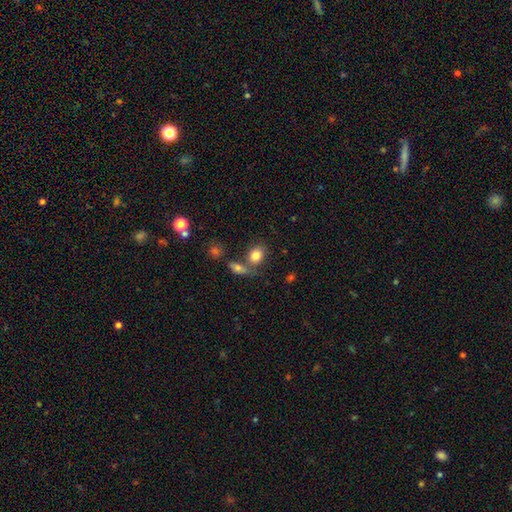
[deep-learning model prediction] Smooth or featured? Predicted: smooth (p=0.81). How rounded? Predicted: in between (p=0.53). Merging? Predicted: none (p=0.54).